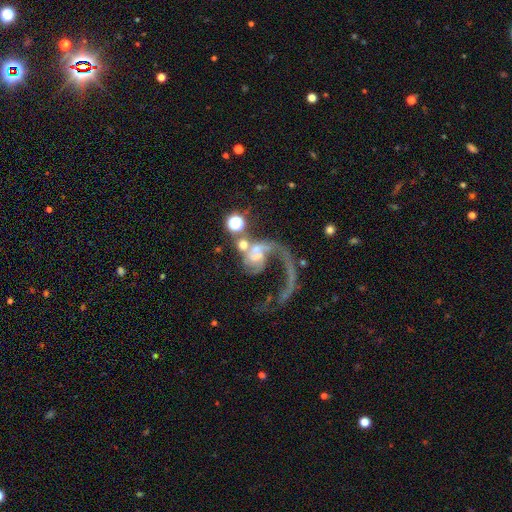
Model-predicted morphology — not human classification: This is likely a featured or disk galaxy (73%). It is clearly not viewed edge-on (97%). Bar: possibly no (60%). Spiral arm pattern: clearly yes (84%). Spiral arm count: possibly 1 (55%). Spiral winding: likely loose (74%). Central bulge: marginally small (34%). Merging: marginally major disturbance (38%).